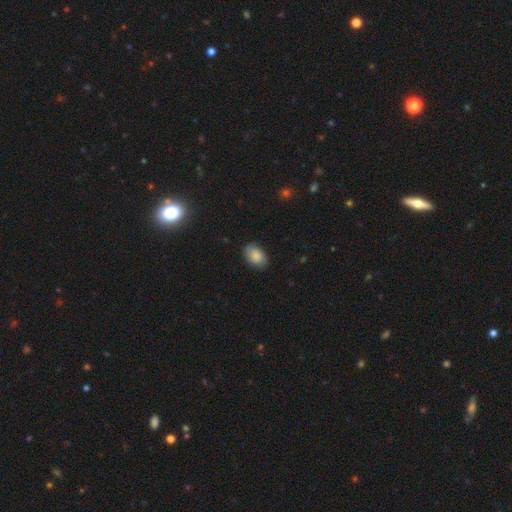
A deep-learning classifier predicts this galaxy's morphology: Smooth or featured?
  - smooth: 80% *
  - featured or disk: 12%
  - star or artifact: 8%
How rounded?
  - in between: 84% *
  - round: 14%
  - cigar-shaped: 1%
Merging?
  - none: 75% *
  - minor disturbance: 19%
  - major disturbance: 4%
  - merger: 1%